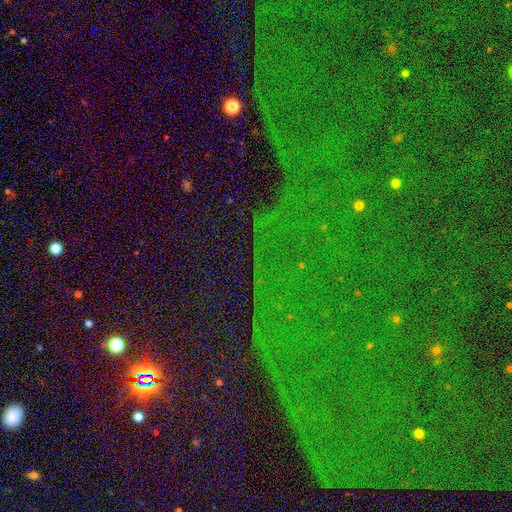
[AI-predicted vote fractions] Q: Smooth or featured?
A: star or artifact (86%); runner-up: featured or disk (7%)